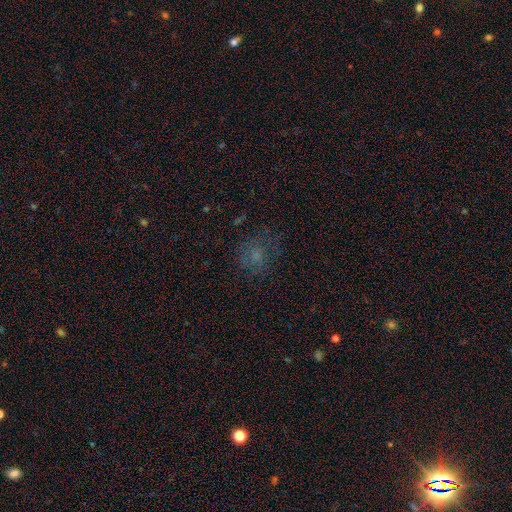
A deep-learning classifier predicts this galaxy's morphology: A smooth galaxy with no disk features (58%) that is round (77%). Merging: none (66%).